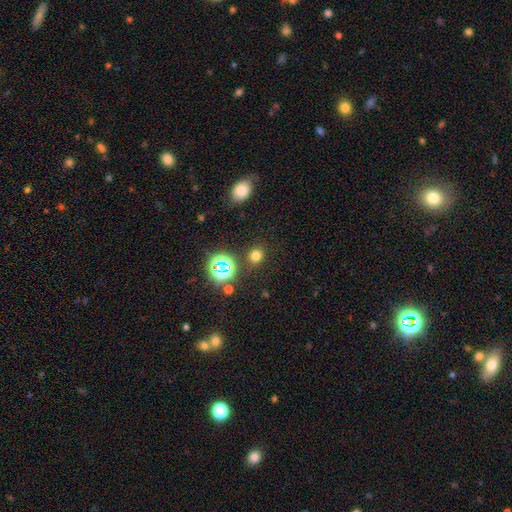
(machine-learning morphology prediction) Q: Smooth or featured?
A: smooth (70%); runner-up: star or artifact (24%)
Q: How rounded?
A: round (76%); runner-up: in between (23%)
Q: Merging?
A: none (86%); runner-up: minor disturbance (8%)